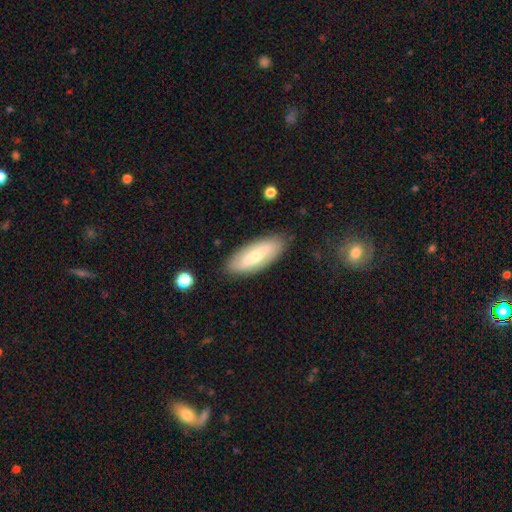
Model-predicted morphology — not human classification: smooth_or_featured: smooth (p=0.48) [alt: featured or disk p=0.46]
merging: none (p=0.86) [alt: minor disturbance p=0.10]